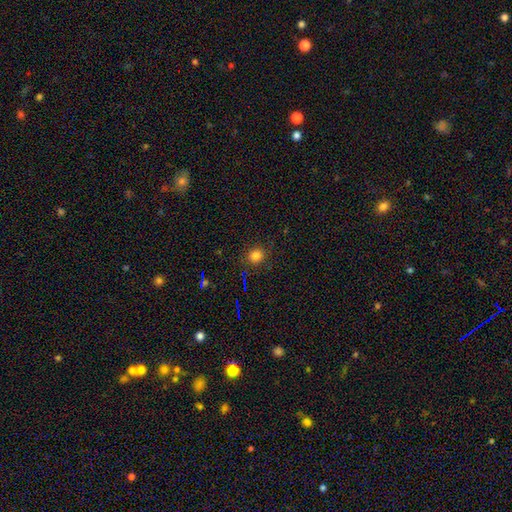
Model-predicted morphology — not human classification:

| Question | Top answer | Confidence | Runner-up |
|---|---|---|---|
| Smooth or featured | smooth | 80% | star or artifact (15%) |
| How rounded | round | 79% | in between (20%) |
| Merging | none | 87% | minor disturbance (9%) |